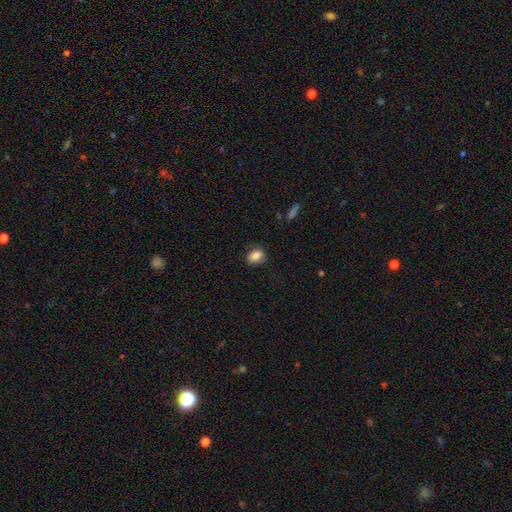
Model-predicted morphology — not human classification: A smooth galaxy with no disk features (85%) that is in between round and cigar-shaped (78%).

Vote fractions:
- Smooth or featured? smooth: 85% / star or artifact: 8% / featured or disk: 7%
- How rounded? in between: 78% / round: 20% / cigar-shaped: 2%
- Merging? none: 74% / minor disturbance: 20% / major disturbance: 5% / merger: 1%